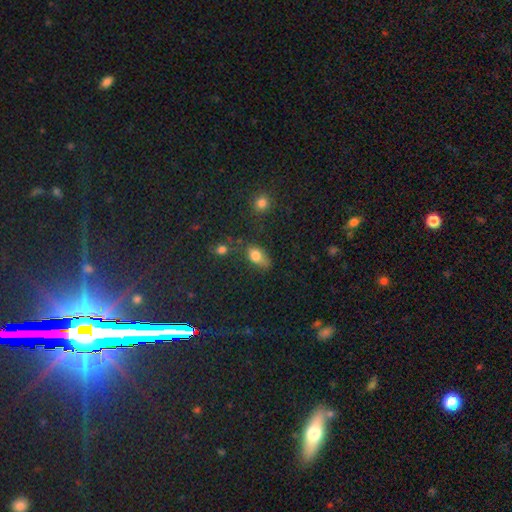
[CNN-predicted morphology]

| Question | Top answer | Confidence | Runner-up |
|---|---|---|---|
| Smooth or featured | smooth | 77% | star or artifact (12%) |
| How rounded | in between | 79% | round (16%) |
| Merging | none | 52% | minor disturbance (29%) |